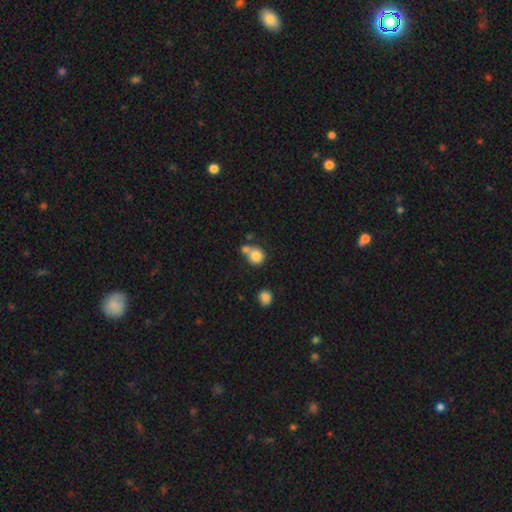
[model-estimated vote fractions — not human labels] Q: Smooth or featured?
A: smooth (80%); runner-up: star or artifact (10%)
Q: How rounded?
A: round (83%); runner-up: in between (16%)
Q: Merging?
A: none (45%); runner-up: merger (40%)